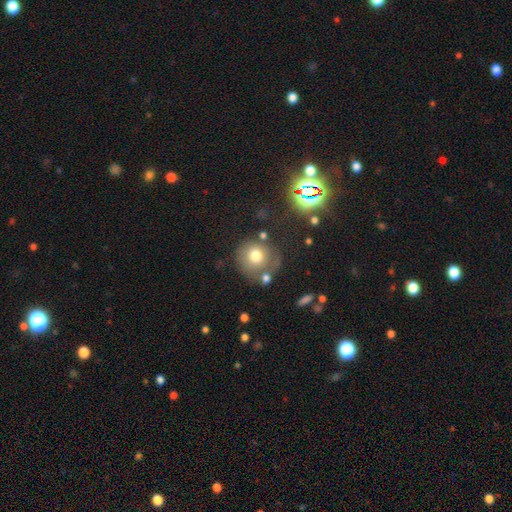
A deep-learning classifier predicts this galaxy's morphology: Smooth or featured?
  - smooth: 71% *
  - featured or disk: 17%
  - star or artifact: 12%
How rounded?
  - round: 89% *
  - in between: 10%
  - cigar-shaped: 1%
Merging?
  - none: 62% *
  - minor disturbance: 17%
  - merger: 12%
  - major disturbance: 9%